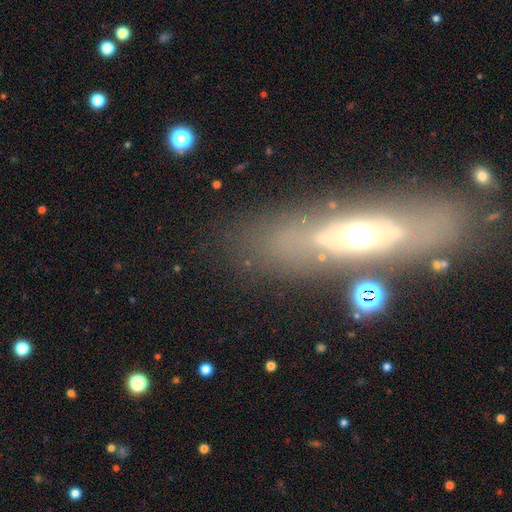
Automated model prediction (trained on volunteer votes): Smooth or featured?
  - featured or disk: 52% *
  - smooth: 30%
  - star or artifact: 18%
Edge-on disk?
  - no: 61% *
  - yes: 39%
Merging?
  - none: 69% *
  - minor disturbance: 15%
  - major disturbance: 12%
  - merger: 5%